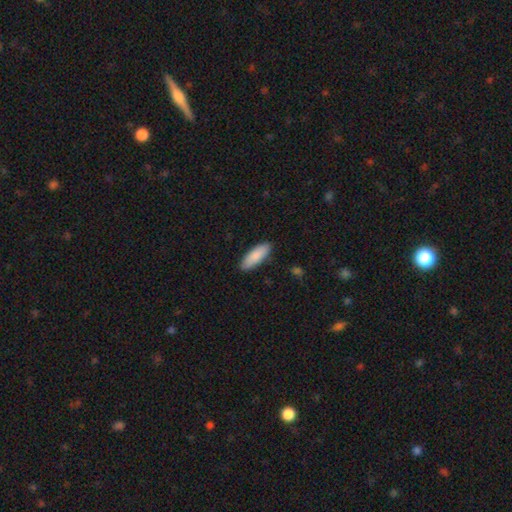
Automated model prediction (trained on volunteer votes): The model was most divided on "how rounded": in between: 62%, cigar-shaped: 37%, round: 2%. More confident: merging — none (88%); smooth or featured — smooth (88%).